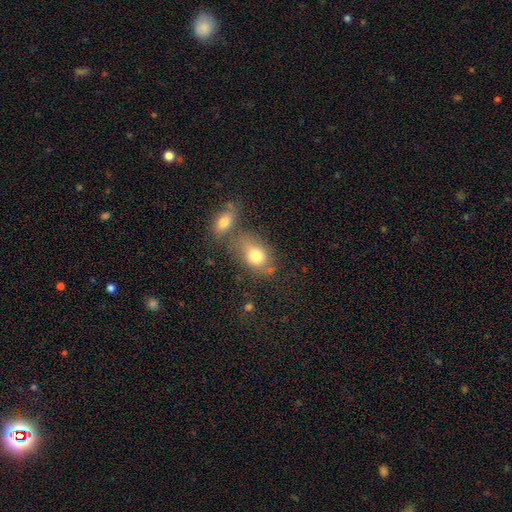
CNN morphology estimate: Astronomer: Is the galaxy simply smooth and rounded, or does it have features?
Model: smooth — 77%.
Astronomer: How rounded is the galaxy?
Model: in between — 71%.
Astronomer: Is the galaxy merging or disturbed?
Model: none — 47% (runner-up: merger, 32%).